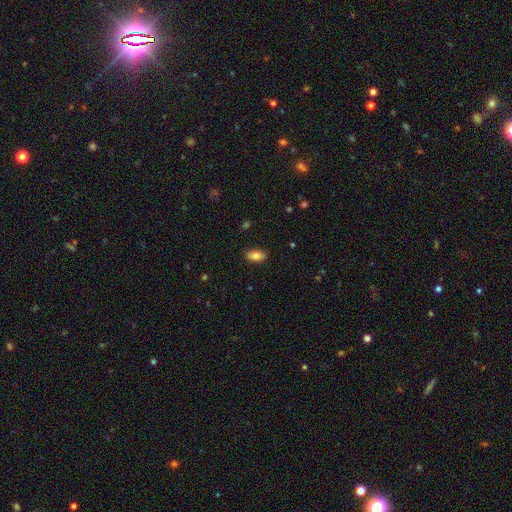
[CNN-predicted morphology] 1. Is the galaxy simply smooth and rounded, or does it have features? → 83% smooth, 9% featured or disk, 8% star or artifact.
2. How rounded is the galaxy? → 91% in between, 5% cigar-shaped, 4% round.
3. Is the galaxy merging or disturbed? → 87% none, 10% minor disturbance, 2% major disturbance, 1% merger.